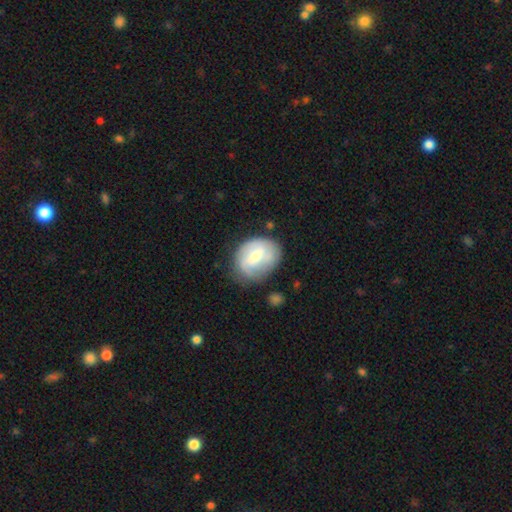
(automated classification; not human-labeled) A smooth galaxy with no disk features (50%).

Vote fractions:
- Smooth or featured? smooth: 50% / featured or disk: 44% / star or artifact: 7%
- Merging? none: 56% / minor disturbance: 28% / major disturbance: 12% / merger: 4%